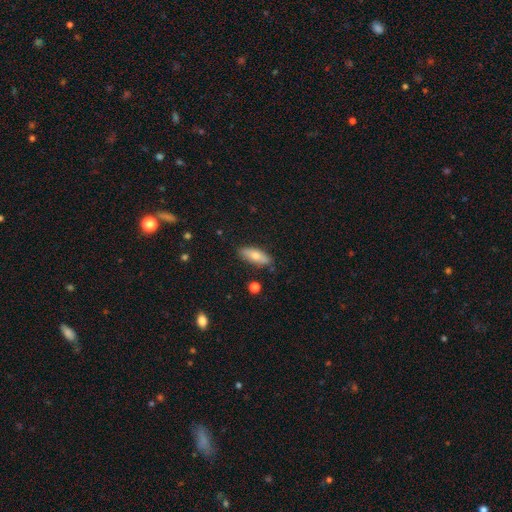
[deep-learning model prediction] A smooth galaxy with no disk features (72%) that is in between round and cigar-shaped (66%).

Vote fractions:
- Smooth or featured? smooth: 72% / featured or disk: 21% / star or artifact: 6%
- How rounded? in between: 66% / cigar-shaped: 31% / round: 3%
- Merging? none: 83% / minor disturbance: 12% / major disturbance: 2% / merger: 2%